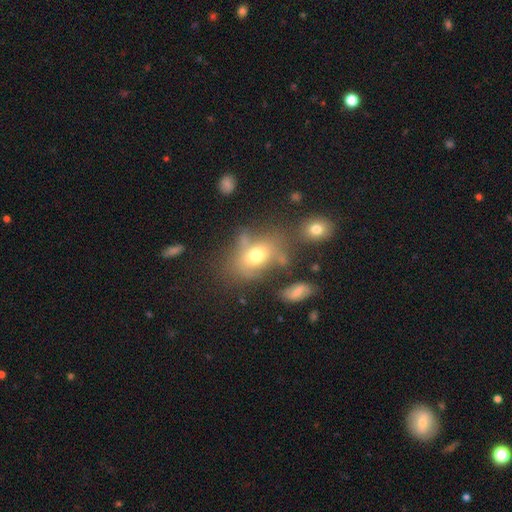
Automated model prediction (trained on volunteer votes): Q: Smooth or featured?
A: smooth (66%); runner-up: featured or disk (21%)
Q: How rounded?
A: in between (71%); runner-up: round (27%)
Q: Merging?
A: none (52%); runner-up: minor disturbance (20%)